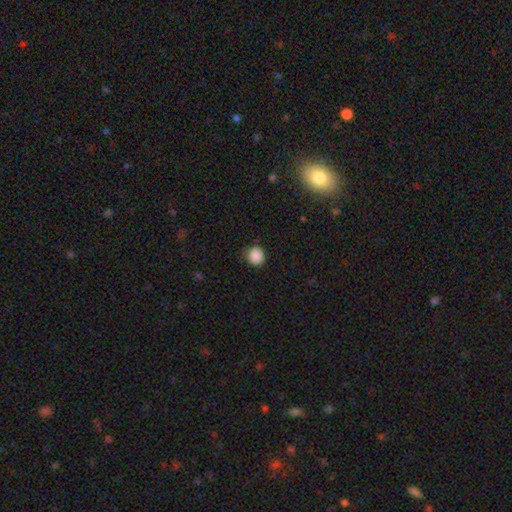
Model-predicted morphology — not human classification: type=smooth (88%); roundness=round (89%); merging=none (81%).